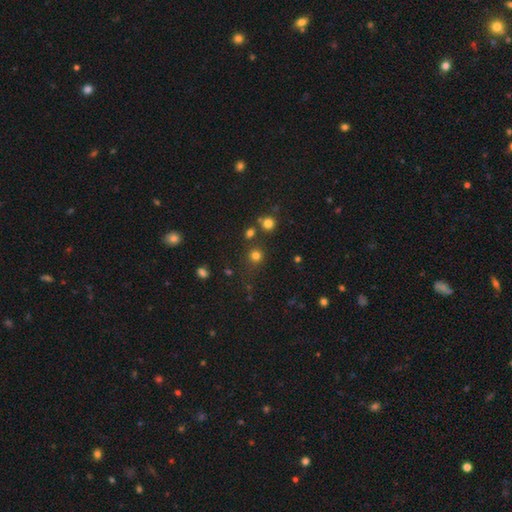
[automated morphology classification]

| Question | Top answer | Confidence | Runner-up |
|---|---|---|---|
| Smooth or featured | smooth | 74% | star or artifact (20%) |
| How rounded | round | 90% | in between (9%) |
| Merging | none | 77% | minor disturbance (10%) |